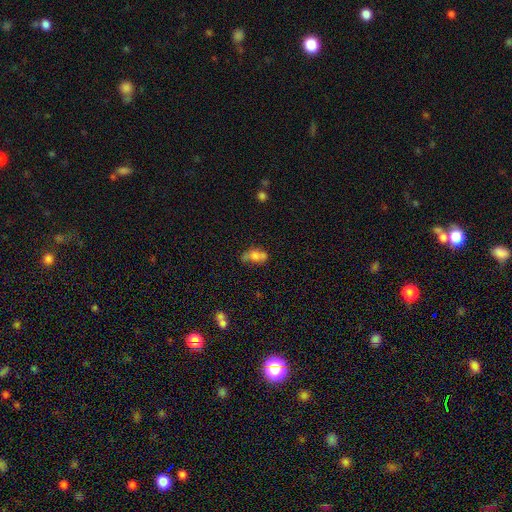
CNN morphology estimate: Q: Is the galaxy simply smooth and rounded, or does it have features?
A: smooth — 58%.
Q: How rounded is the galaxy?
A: in between — 72%.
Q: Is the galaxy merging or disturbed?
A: none — 37%.